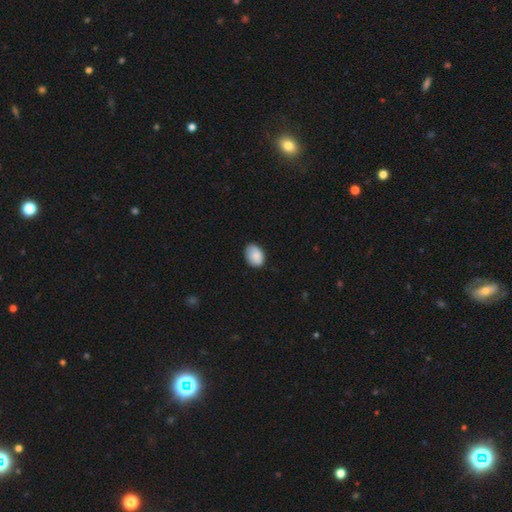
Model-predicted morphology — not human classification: type=smooth (86%); roundness=in between (76%); merging=none (74%).